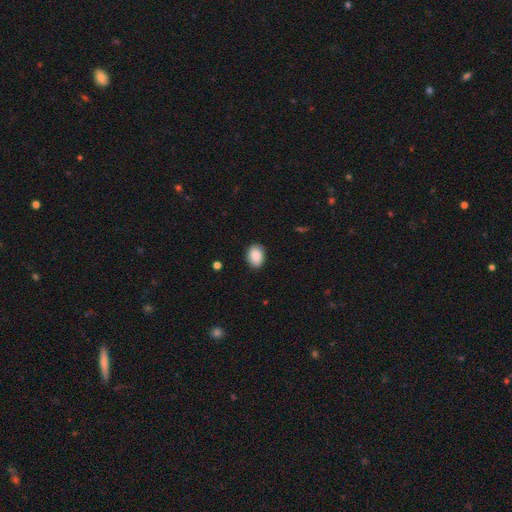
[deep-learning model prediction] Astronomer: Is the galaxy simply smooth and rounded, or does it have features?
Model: smooth — 88%.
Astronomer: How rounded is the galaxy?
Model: in between — 74%.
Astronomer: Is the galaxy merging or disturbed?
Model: none — 85%.